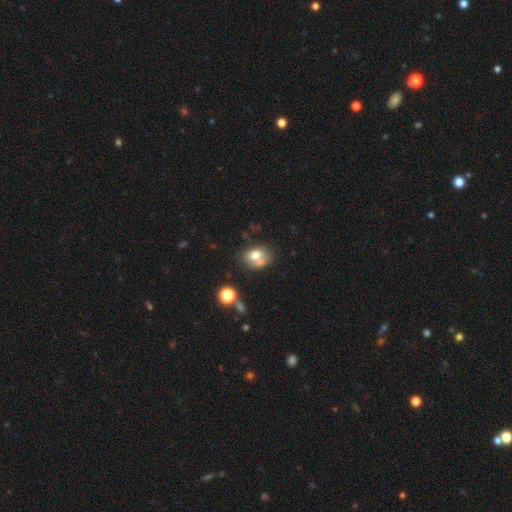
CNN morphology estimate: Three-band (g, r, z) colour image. It shows a smooth galaxy with no disk features (70%) that is in between round and cigar-shaped (57%). Merging: none (42%).